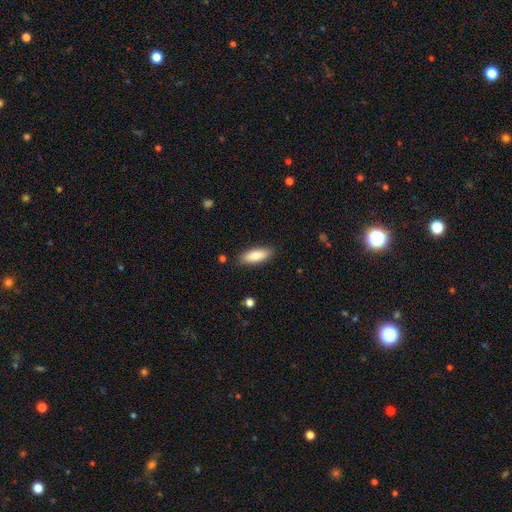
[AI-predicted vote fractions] Smooth or featured? smooth (85%)
How rounded? in between (65%)
Merging? none (86%)